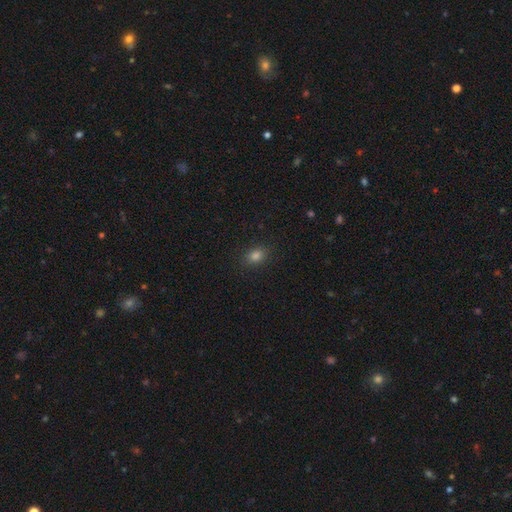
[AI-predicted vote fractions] A smooth galaxy with no disk features (80%) that is in between round and cigar-shaped (60%). Merging: none (89%).